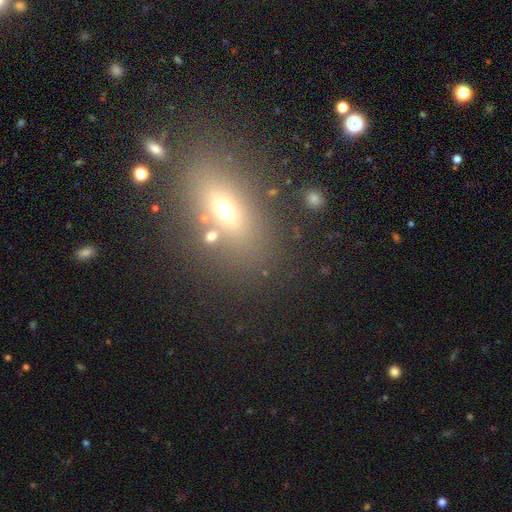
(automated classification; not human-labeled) Q: Smooth or featured?
A: smooth (51%); runner-up: star or artifact (26%)
Q: How rounded?
A: in between (71%); runner-up: round (17%)
Q: Merging?
A: none (78%); runner-up: minor disturbance (10%)